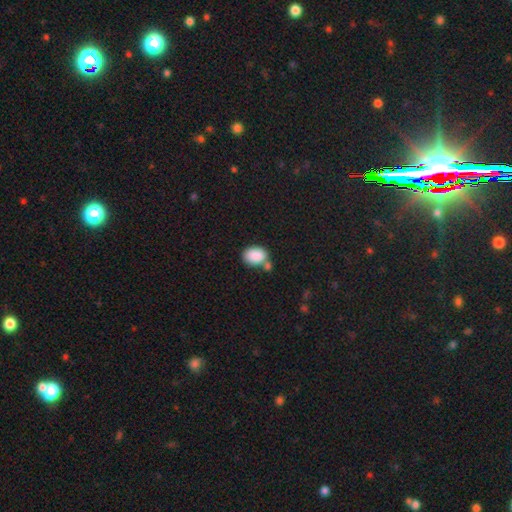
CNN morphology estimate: The model was most divided on "merging": none: 57%, merger: 24%, minor disturbance: 15%, major disturbance: 4%. More confident: smooth or featured — smooth (88%); how rounded — in between (75%).